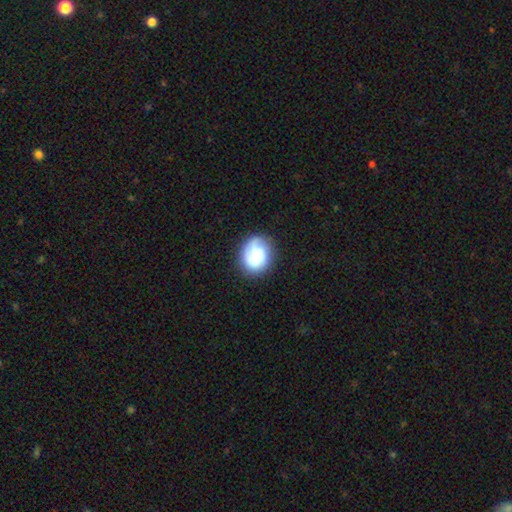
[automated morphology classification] A smooth galaxy with no disk features (69%) that is round (59%).

Vote fractions:
- Smooth or featured? smooth: 69% / featured or disk: 23% / star or artifact: 8%
- How rounded? round: 59% / in between: 40% / cigar-shaped: 1%
- Merging? none: 72% / minor disturbance: 19% / major disturbance: 7% / merger: 2%